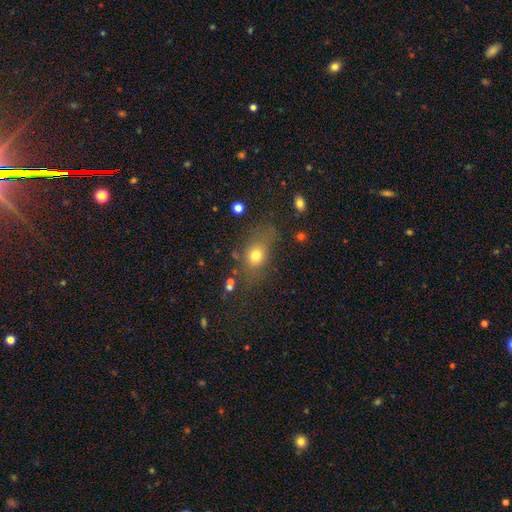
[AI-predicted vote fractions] Smooth or featured? Predicted: smooth (p=0.73). How rounded? Predicted: in between (p=0.53). Merging? Predicted: none (p=0.61).